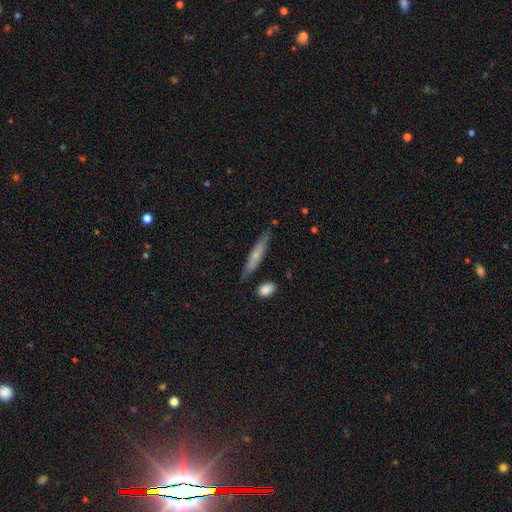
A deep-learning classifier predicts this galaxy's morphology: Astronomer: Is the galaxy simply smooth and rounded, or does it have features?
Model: smooth — 60%.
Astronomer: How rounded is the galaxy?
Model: cigar-shaped — 90%.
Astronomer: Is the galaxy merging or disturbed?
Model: none — 80%.